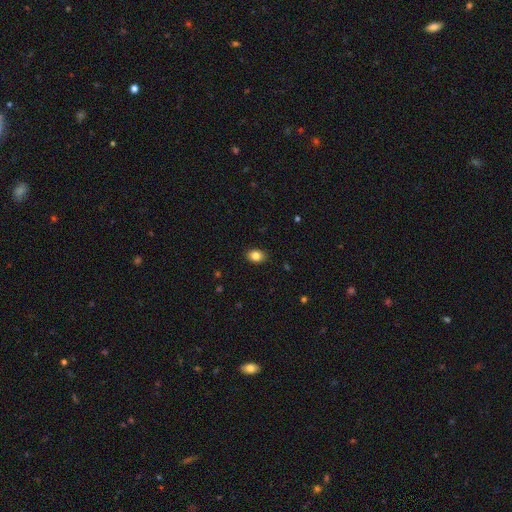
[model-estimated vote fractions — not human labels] This appears to be a smooth galaxy with no disk features (85%) that is in between round and cigar-shaped (68%). Merging: none (89%).